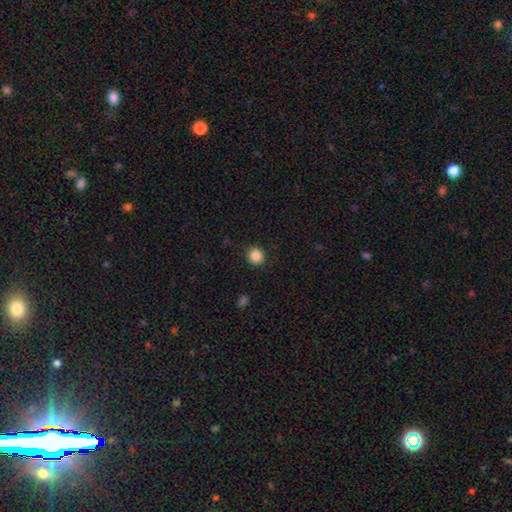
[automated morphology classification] Overall: smooth (86%). How rounded: round (91%). Merging: none (90%).